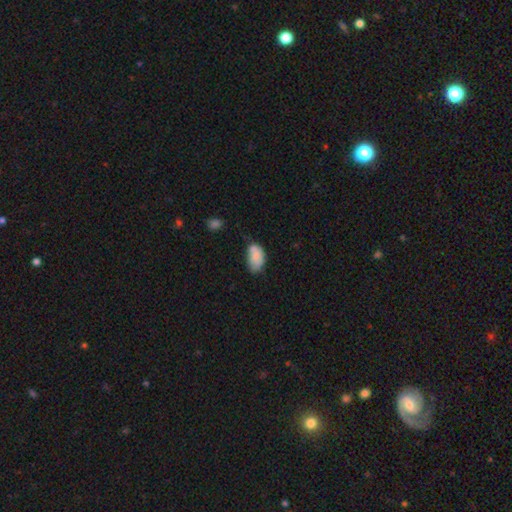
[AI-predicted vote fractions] smooth 77%, featured or disk 16%, star or artifact 7%. Down the decision tree: how rounded — in between (92%); merging — none (42%).